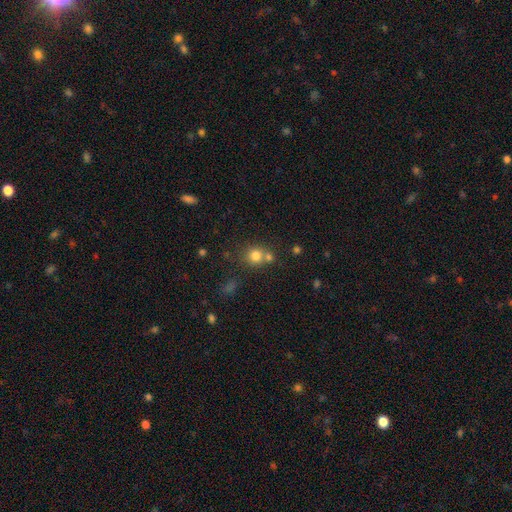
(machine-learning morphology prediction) smooth_or_featured: smooth (p=0.79) [alt: star or artifact p=0.13]
how_rounded: round (p=0.84) [alt: in between p=0.15]
merging: none (p=0.54) [alt: merger p=0.33]